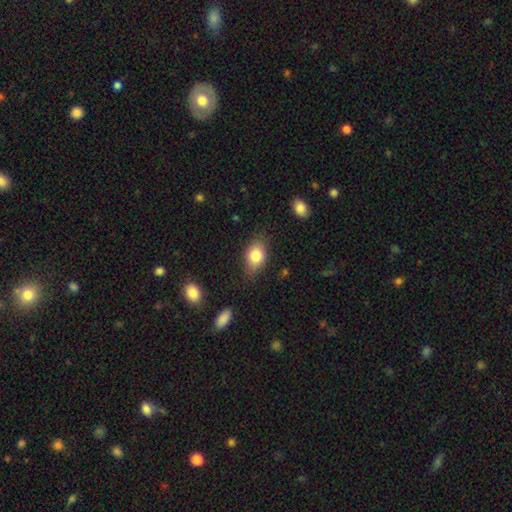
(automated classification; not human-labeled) Smooth or featured?
  - smooth: 80% *
  - featured or disk: 11%
  - star or artifact: 8%
How rounded?
  - in between: 82% *
  - round: 16%
  - cigar-shaped: 2%
Merging?
  - none: 77% *
  - minor disturbance: 17%
  - major disturbance: 4%
  - merger: 2%